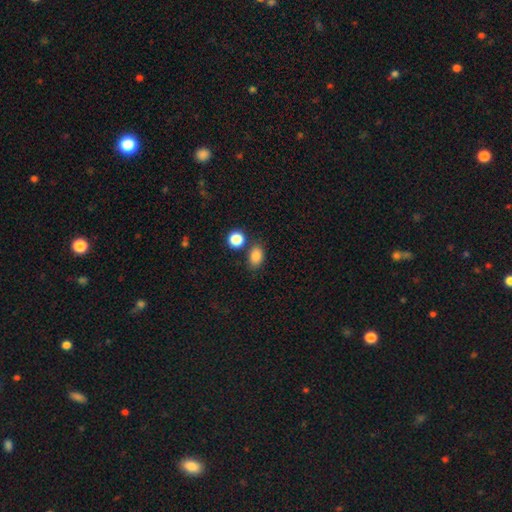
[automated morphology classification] Overall: smooth (85%). How rounded: in between (77%). Merging: none (73%).